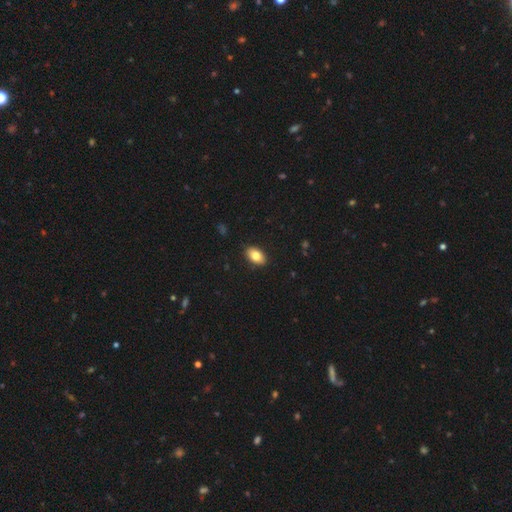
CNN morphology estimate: smooth-or-featured: smooth: 82% | featured or disk: 11% | star or artifact: 7%
  how-rounded: in between: 92% | round: 7% | cigar-shaped: 2%
  merging: none: 90% | minor disturbance: 8% | major disturbance: 2% | merger: 1%